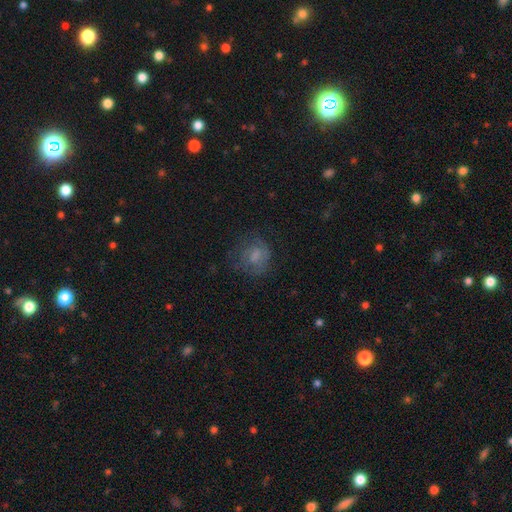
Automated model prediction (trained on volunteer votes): Smooth or featured?
  - smooth: 57% *
  - featured or disk: 31%
  - star or artifact: 12%
How rounded?
  - round: 68% *
  - in between: 30%
  - cigar-shaped: 1%
Merging?
  - none: 57% *
  - minor disturbance: 22%
  - major disturbance: 20%
  - merger: 2%